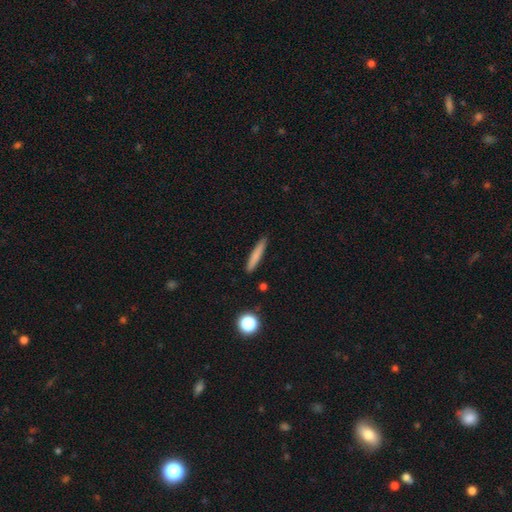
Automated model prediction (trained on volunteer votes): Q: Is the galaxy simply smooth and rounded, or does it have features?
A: smooth — 77%.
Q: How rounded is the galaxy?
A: cigar-shaped — 93%.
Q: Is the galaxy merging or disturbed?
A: none — 88%.